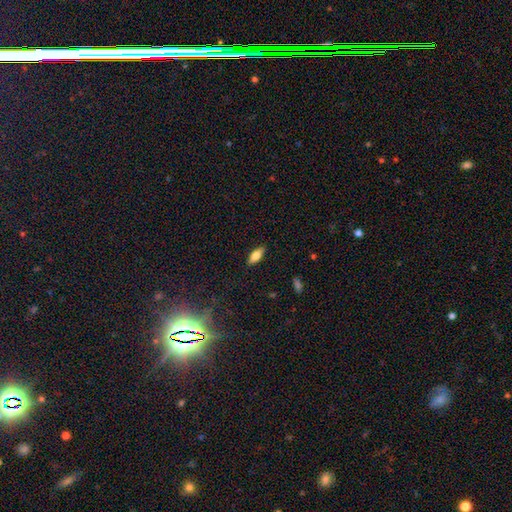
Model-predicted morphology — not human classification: type=smooth (75%); roundness=in between (79%); merging=none (88%).